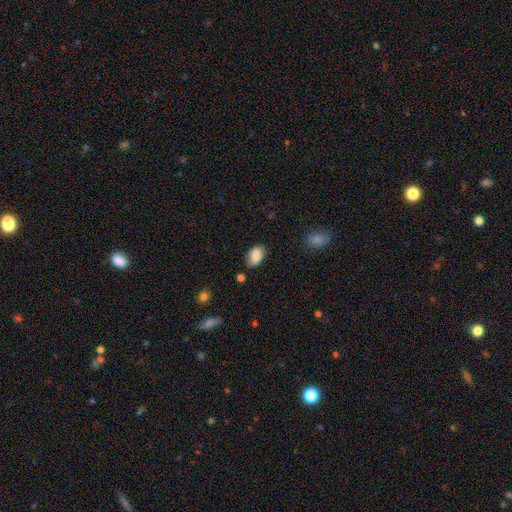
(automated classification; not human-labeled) Q: Smooth or featured?
A: smooth (84%); runner-up: featured or disk (8%)
Q: How rounded?
A: in between (89%); runner-up: round (9%)
Q: Merging?
A: none (75%); runner-up: minor disturbance (18%)